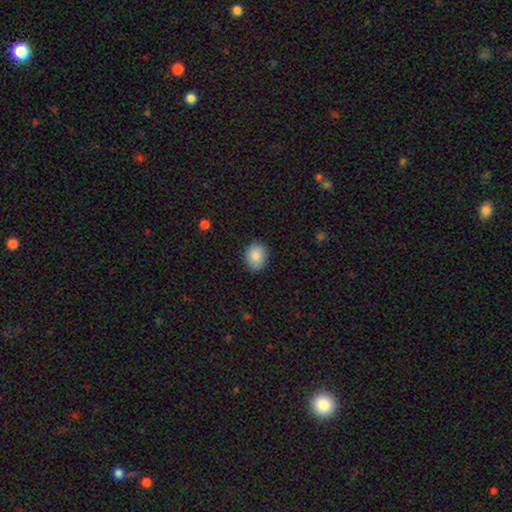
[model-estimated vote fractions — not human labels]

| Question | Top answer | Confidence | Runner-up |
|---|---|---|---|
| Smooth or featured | smooth | 87% | star or artifact (7%) |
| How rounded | round | 60% | in between (39%) |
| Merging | none | 84% | minor disturbance (12%) |